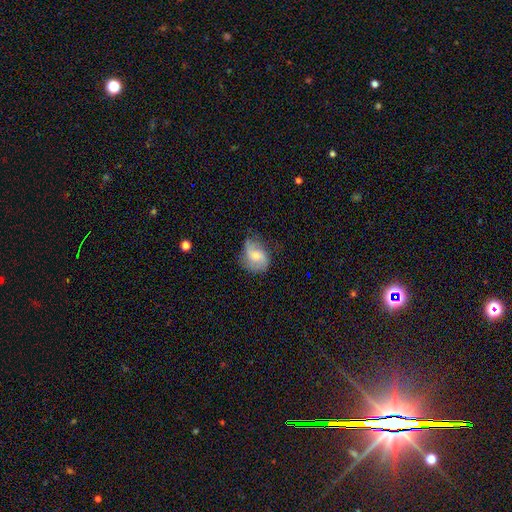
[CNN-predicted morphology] This is possibly a featured or disk galaxy (52%). It is clearly not viewed edge-on (97%). Bar: likely no (62%). Spiral arm pattern: clearly yes (86%). Central bulge: possibly moderate (54%). Merging: possibly none (56%).